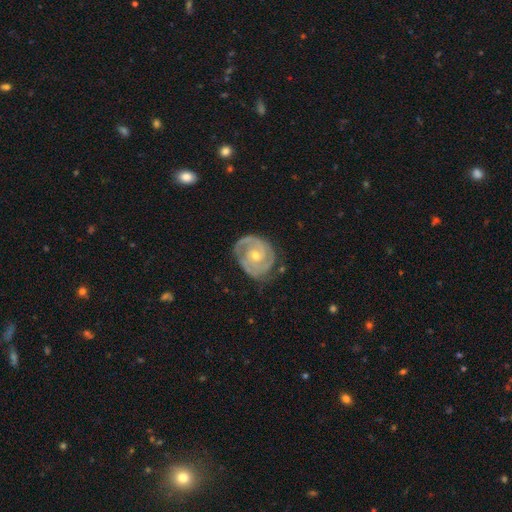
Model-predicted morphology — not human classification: smooth-or-featured: featured or disk: 90% | smooth: 5% | star or artifact: 4%
  disk-edge-on: no: 98% | yes: 2%
    bar: no: 69% | weak: 24% | strong: 7%
    has-spiral-arms: yes: 97% | no: 3%
      spiral-winding: tight: 69% | medium: 27% | loose: 4%
      spiral-arm-count: 2: 63% | 3: 20% | can't tell: 8% | 1: 3% | 4: 3% | more than 4: 3%
    bulge-size: moderate: 51% | small: 46% | large: 1% | none: 1% | dominant: 1%
  merging: none: 75% | minor disturbance: 18% | major disturbance: 5% | merger: 1%